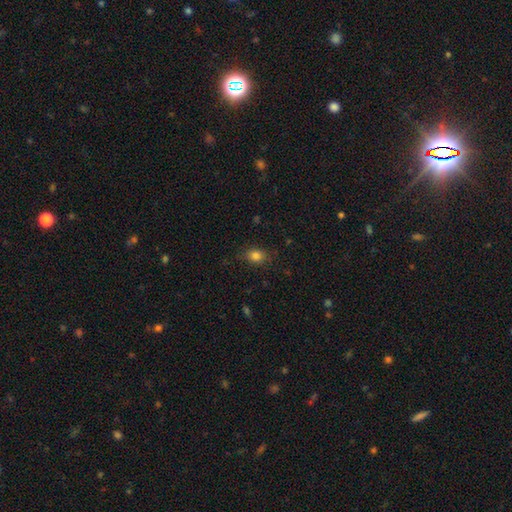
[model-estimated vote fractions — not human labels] The model was most divided on "how rounded": in between: 58%, round: 40%, cigar-shaped: 2%. More confident: smooth or featured — smooth (82%); merging — none (81%).